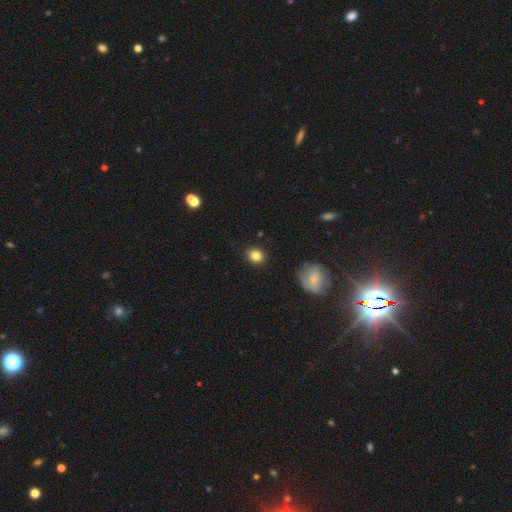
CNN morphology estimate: A smooth galaxy with no disk features (85%) that is round (68%). Merging: none (89%).